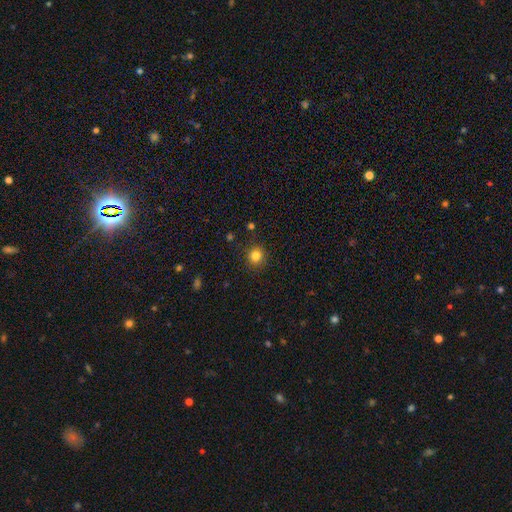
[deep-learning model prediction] Q: Smooth or featured?
A: smooth (83%); runner-up: star or artifact (12%)
Q: How rounded?
A: round (90%); runner-up: in between (9%)
Q: Merging?
A: none (89%); runner-up: minor disturbance (7%)